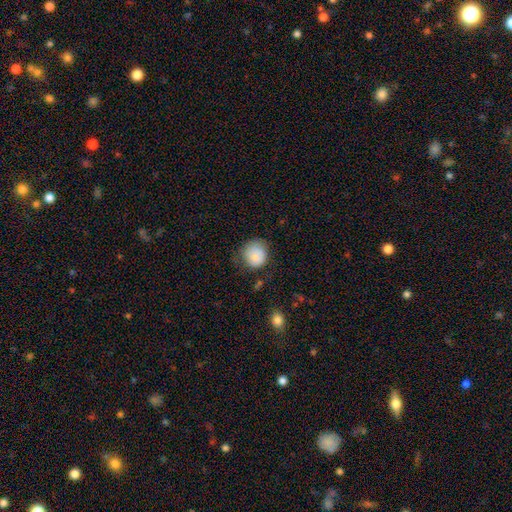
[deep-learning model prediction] smooth_or_featured: smooth (p=0.84) [alt: featured or disk p=0.08]
how_rounded: round (p=0.83) [alt: in between p=0.16]
merging: none (p=0.66) [alt: minor disturbance p=0.25]